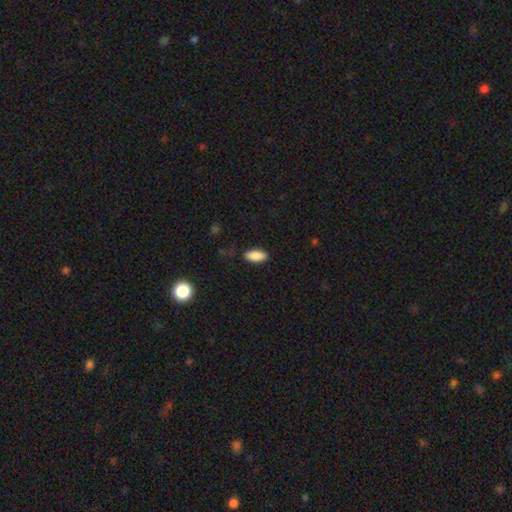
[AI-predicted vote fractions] smooth_or_featured: smooth (p=0.87) [alt: star or artifact p=0.07]
how_rounded: in between (p=0.89) [alt: cigar-shaped p=0.09]
merging: none (p=0.84) [alt: minor disturbance p=0.12]